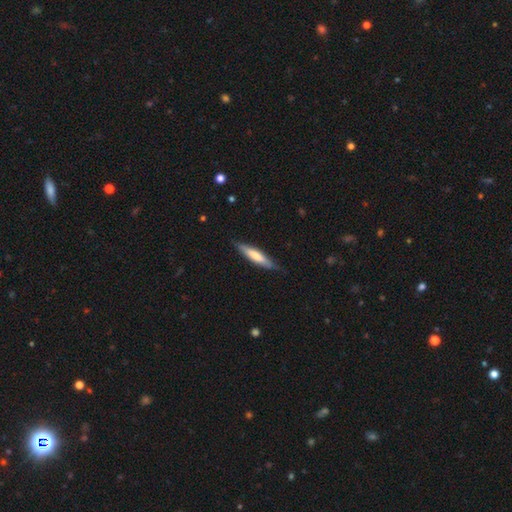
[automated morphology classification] type=smooth (64%); roundness=cigar-shaped (83%); merging=none (84%).